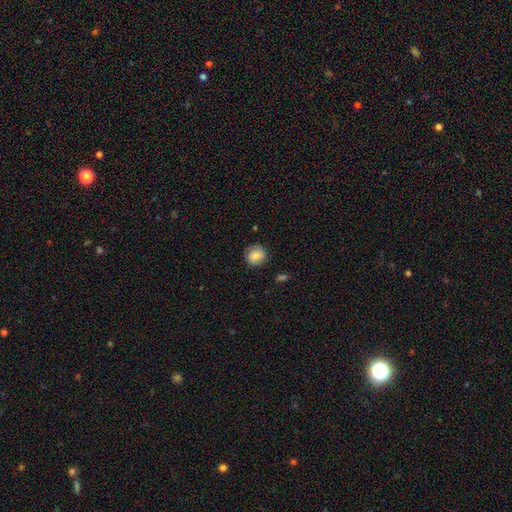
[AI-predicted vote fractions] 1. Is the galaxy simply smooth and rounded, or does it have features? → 77% smooth, 15% featured or disk, 8% star or artifact.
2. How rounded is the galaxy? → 87% round, 12% in between, 1% cigar-shaped.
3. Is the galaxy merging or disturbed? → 81% none, 14% minor disturbance, 3% major disturbance, 1% merger.